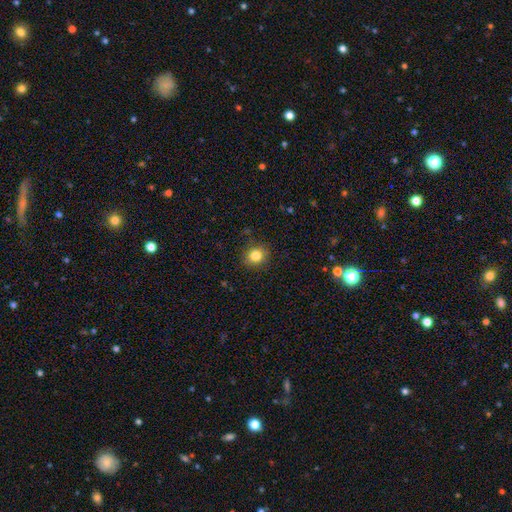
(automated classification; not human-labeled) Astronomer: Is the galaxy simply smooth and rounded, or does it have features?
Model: smooth — 83%.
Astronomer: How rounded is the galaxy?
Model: round — 80%.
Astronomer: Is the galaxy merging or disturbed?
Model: none — 87%.